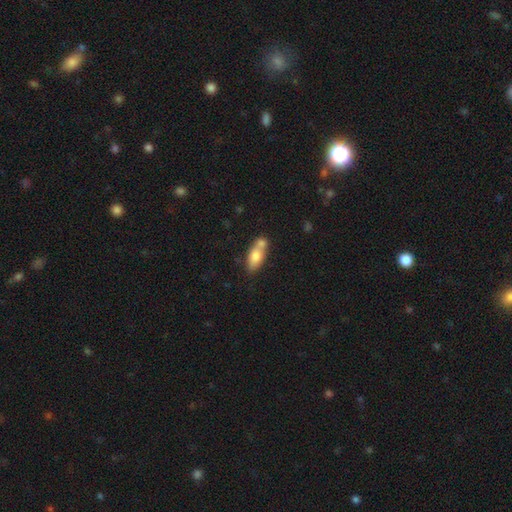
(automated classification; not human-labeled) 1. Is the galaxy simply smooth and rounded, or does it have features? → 73% smooth, 19% featured or disk, 7% star or artifact.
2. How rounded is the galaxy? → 79% in between, 15% cigar-shaped, 6% round.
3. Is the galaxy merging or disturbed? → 42% merger, 40% none, 13% minor disturbance, 4% major disturbance.